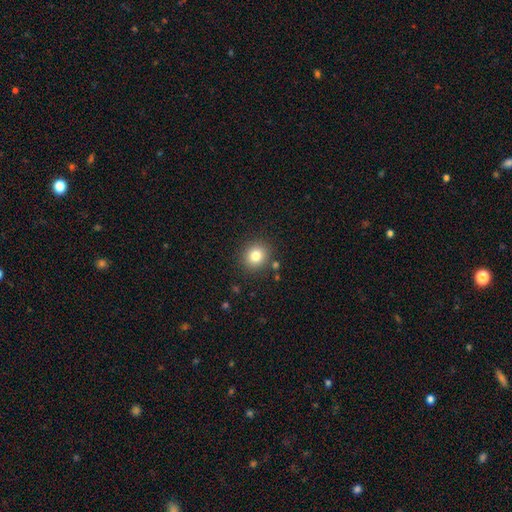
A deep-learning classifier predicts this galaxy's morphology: This is clearly a smooth galaxy (81%). How rounded: clearly round (83%). Merging: clearly none (87%).